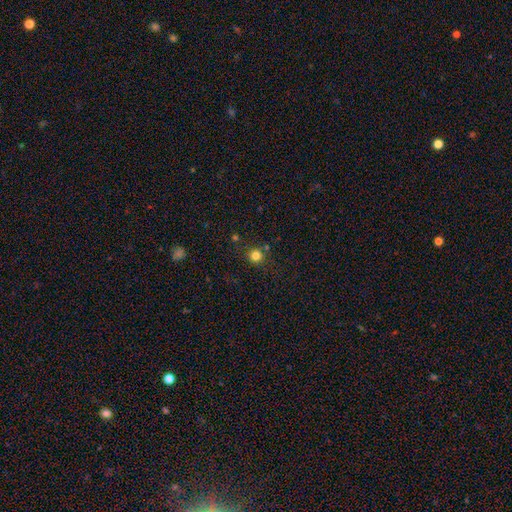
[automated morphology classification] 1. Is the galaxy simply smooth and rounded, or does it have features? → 80% smooth, 15% star or artifact, 5% featured or disk.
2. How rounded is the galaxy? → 94% round, 6% in between, 1% cigar-shaped.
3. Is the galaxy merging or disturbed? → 85% none, 8% minor disturbance, 4% merger, 3% major disturbance.